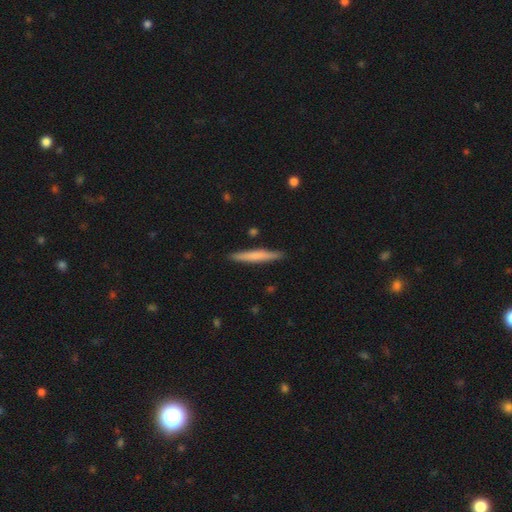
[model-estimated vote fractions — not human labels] Overall: smooth (63%; featured or disk 31%). How rounded: cigar-shaped (96%). Merging: none (90%).